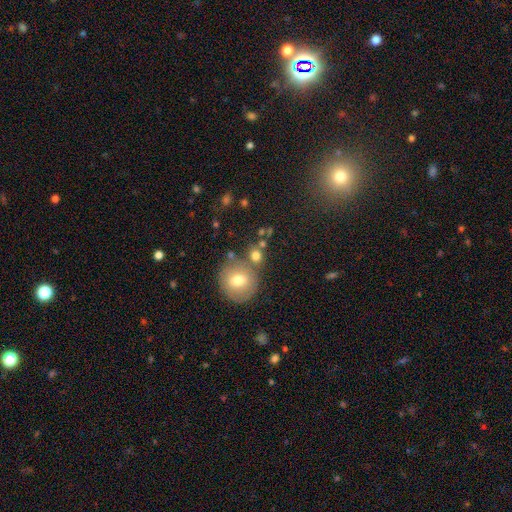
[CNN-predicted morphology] Smooth or featured? smooth (73%)
How rounded? round (81%)
Merging? none (59%)